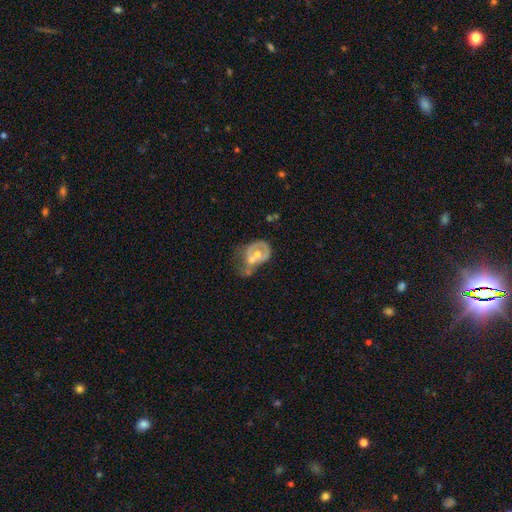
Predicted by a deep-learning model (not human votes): A featured or disk galaxy (58%) with no bar (81%), no spiral arms (70%) and a moderate central bulge (68%).

Vote fractions:
- Smooth or featured? featured or disk: 58% / smooth: 36% / star or artifact: 7%
- Edge-on disk? no: 97% / yes: 3%
- Bar? no: 81% / weak: 15% / strong: 4%
- Spiral arms? no: 70% / yes: 30%
- Bulge size? moderate: 68% / small: 21% / large: 5% / none: 4% / dominant: 1%
- Merging? merger: 46% / major disturbance: 24% / none: 16% / minor disturbance: 15%